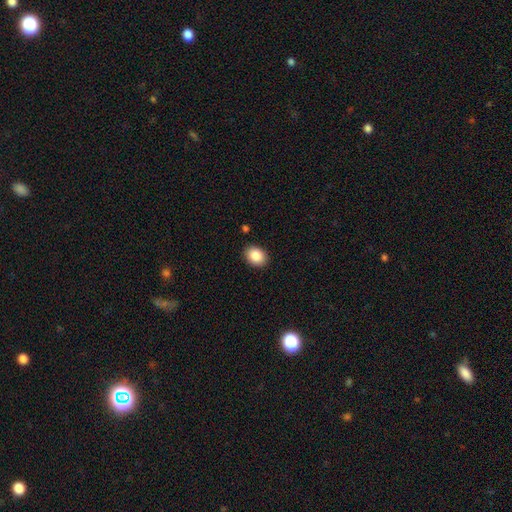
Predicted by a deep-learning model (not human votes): Smooth or featured? smooth (87%)
How rounded? in between (63%)
Merging? none (89%)